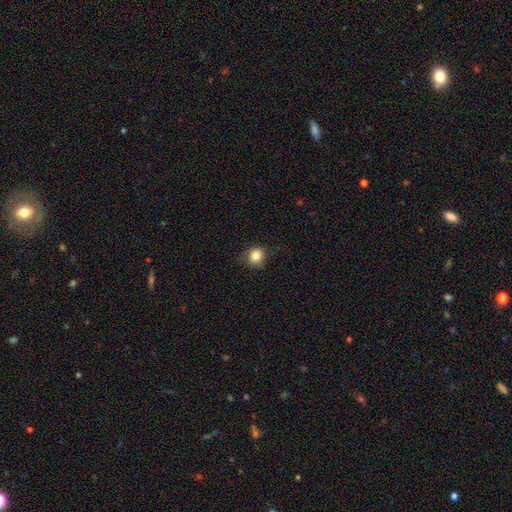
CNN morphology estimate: This appears to be a smooth galaxy with no disk features (85%) that is round (76%). Merging: none (78%).